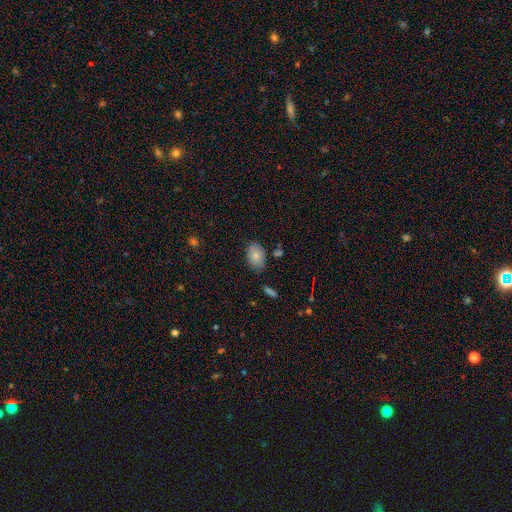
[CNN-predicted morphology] Smooth or featured? smooth (79%)
How rounded? in between (85%)
Merging? none (74%)